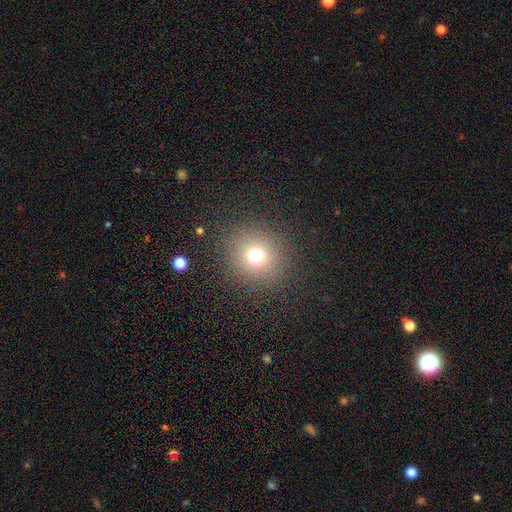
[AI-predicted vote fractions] A smooth galaxy with no disk features (72%) that is round (88%). Merging: none (88%).